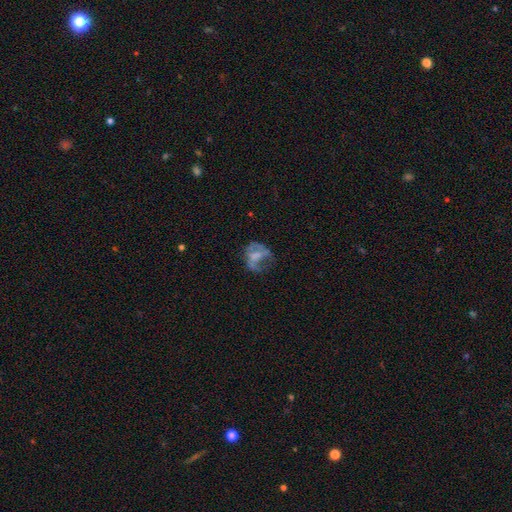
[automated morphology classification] Q: Smooth or featured?
A: featured or disk (54%); runner-up: smooth (35%)
Q: Edge-on disk?
A: no (97%); runner-up: yes (3%)
Q: Bar?
A: no (59%); runner-up: weak (31%)
Q: Spiral arms?
A: no (56%); runner-up: yes (44%)
Q: Bulge size?
A: none (47%); runner-up: moderate (23%)
Q: Merging?
A: none (38%); runner-up: major disturbance (36%)